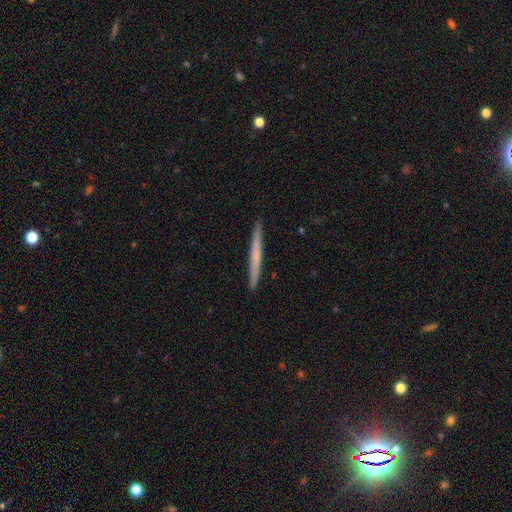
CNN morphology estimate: Smooth or featured? Predicted: smooth (p=0.52). How rounded? Predicted: cigar-shaped (p=0.97). Merging? Predicted: none (p=0.92).